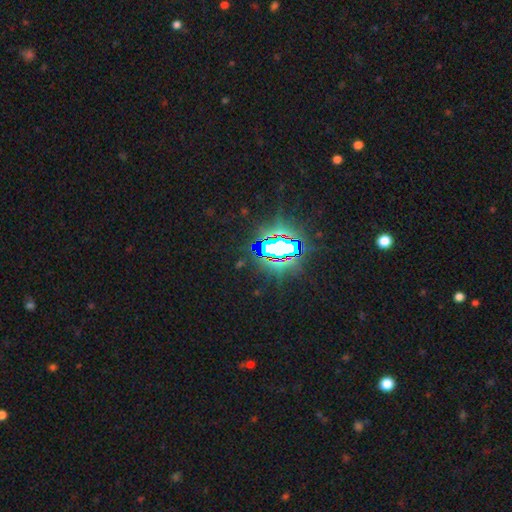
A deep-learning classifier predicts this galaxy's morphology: The model was most divided on "smooth or featured": star or artifact: 84%, smooth: 9%, featured or disk: 7%.